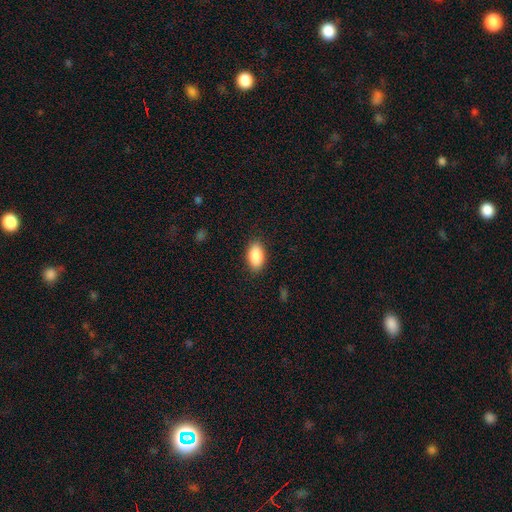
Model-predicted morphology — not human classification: A smooth galaxy with no disk features (90%) that is in between round and cigar-shaped (94%). Merging: none (88%).